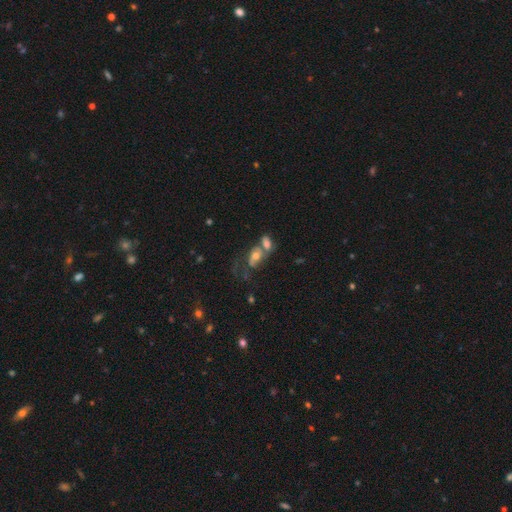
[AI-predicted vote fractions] Smooth or featured?
  - featured or disk: 44% *
  - smooth: 41%
  - star or artifact: 15%
Merging?
  - merger: 64% *
  - none: 16%
  - major disturbance: 11%
  - minor disturbance: 8%